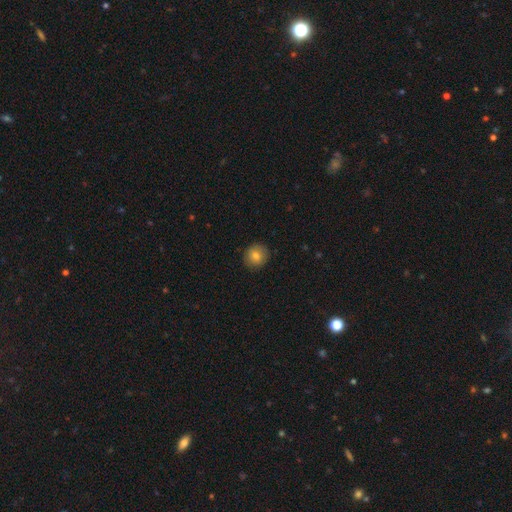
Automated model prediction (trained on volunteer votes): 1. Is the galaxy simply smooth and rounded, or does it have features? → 80% smooth, 10% featured or disk, 9% star or artifact.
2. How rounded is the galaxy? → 91% round, 8% in between, 1% cigar-shaped.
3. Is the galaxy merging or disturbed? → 90% none, 7% minor disturbance, 2% major disturbance, 1% merger.